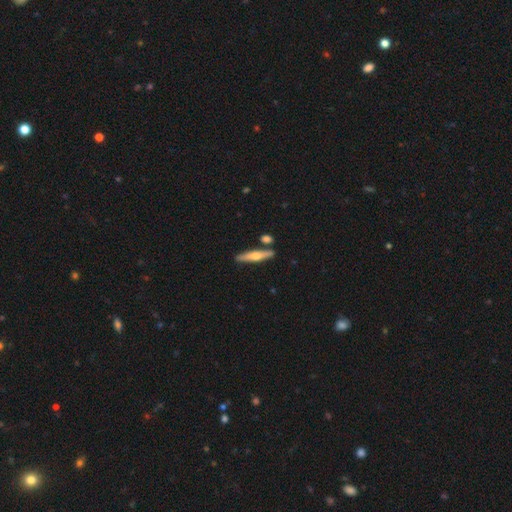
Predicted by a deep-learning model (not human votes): A featured or disk galaxy (51%) viewed edge-on (93%).

Vote fractions:
- Smooth or featured? featured or disk: 51% / smooth: 43% / star or artifact: 6%
- Edge-on disk? yes: 93% / no: 7%
- Merging? none: 82% / minor disturbance: 9% / merger: 7% / major disturbance: 2%